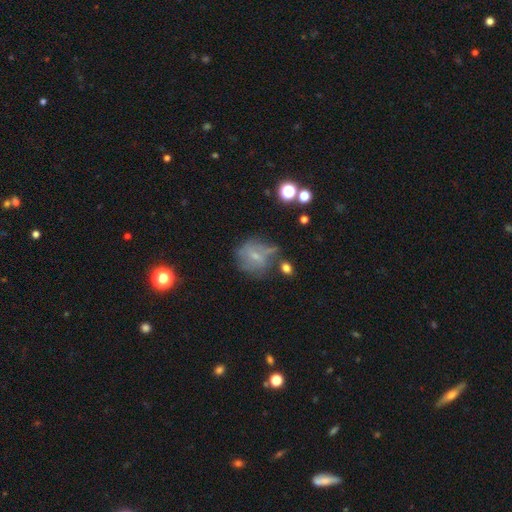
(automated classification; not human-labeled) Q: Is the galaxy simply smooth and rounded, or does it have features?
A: smooth — 43%.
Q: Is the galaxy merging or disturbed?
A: none — 49%.